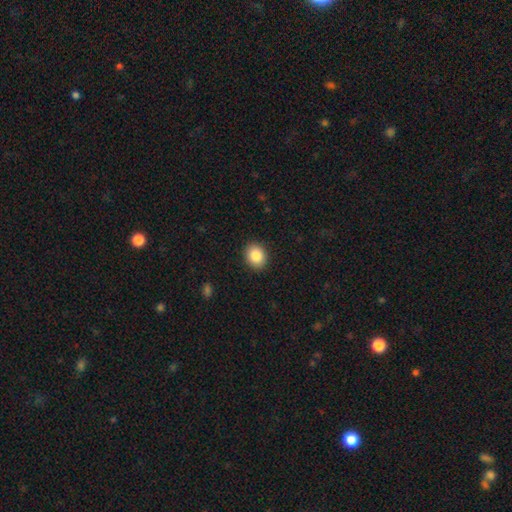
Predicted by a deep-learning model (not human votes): The model was most divided on "how rounded": round: 56%, in between: 43%, cigar-shaped: 1%. More confident: merging — none (90%); smooth or featured — smooth (86%).